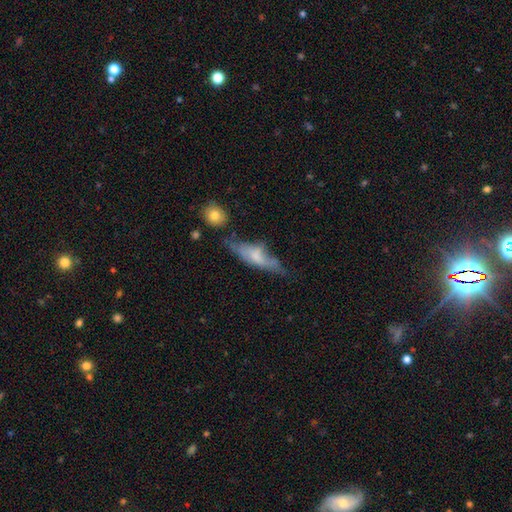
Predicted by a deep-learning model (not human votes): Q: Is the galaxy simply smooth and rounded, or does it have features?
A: smooth — 47%.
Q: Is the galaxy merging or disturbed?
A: none — 42%.